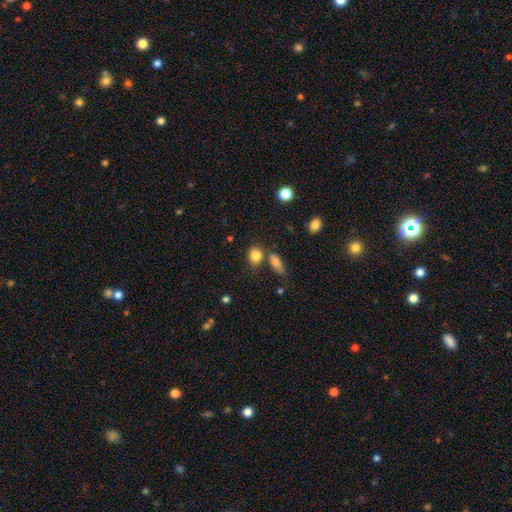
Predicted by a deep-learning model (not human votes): Overall: smooth (83%). How rounded: in between (52%; round 45%). Merging: none (57%; merger 23%).